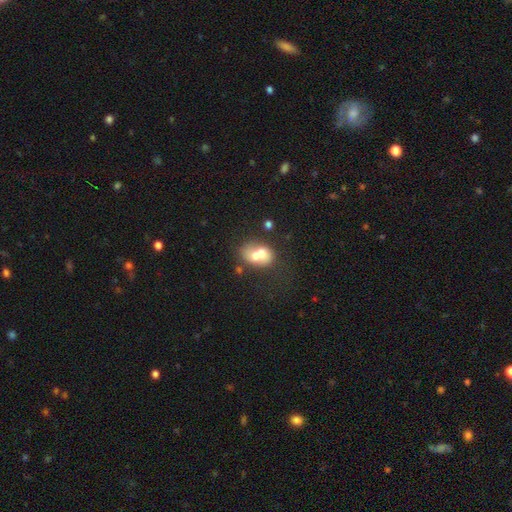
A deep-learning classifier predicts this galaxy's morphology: smooth-or-featured: smooth: 59% | featured or disk: 31% | star or artifact: 10%
  how-rounded: in between: 58% | round: 41% | cigar-shaped: 1%
  merging: merger: 63% | none: 22% | minor disturbance: 9% | major disturbance: 5%